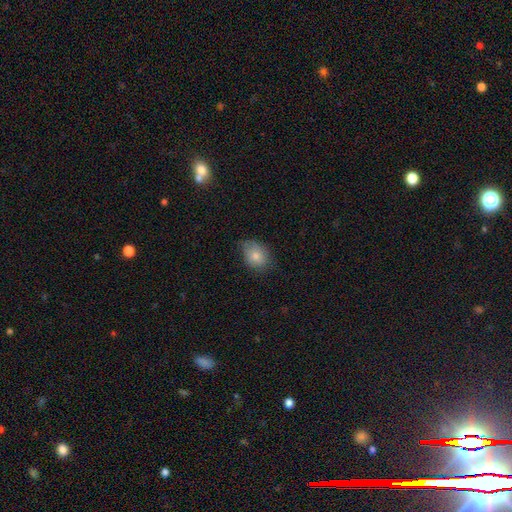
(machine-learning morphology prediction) Smooth or featured? smooth (82%)
How rounded? in between (68%)
Merging? none (67%)